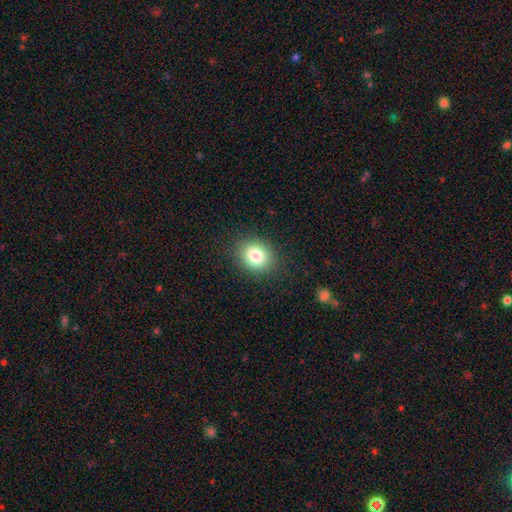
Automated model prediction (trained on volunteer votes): Smooth or featured? Predicted: smooth (p=0.82). How rounded? Predicted: round (p=0.63). Merging? Predicted: none (p=0.88).